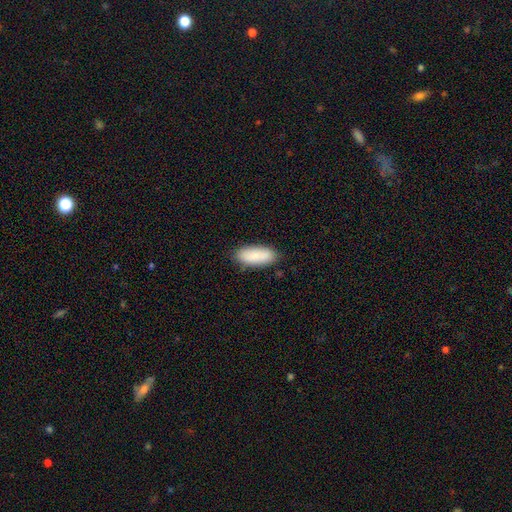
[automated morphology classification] The model was most divided on "how rounded": in between: 80%, cigar-shaped: 18%, round: 2%. More confident: smooth or featured — smooth (88%); merging — none (85%).